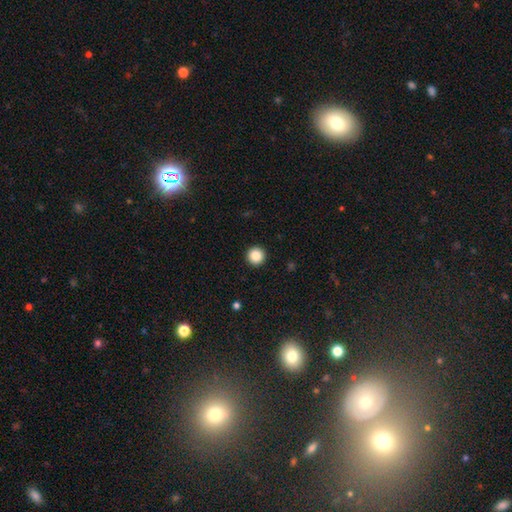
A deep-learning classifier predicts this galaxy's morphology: A smooth galaxy with no disk features (86%) that is round (97%). Merging: none (94%).